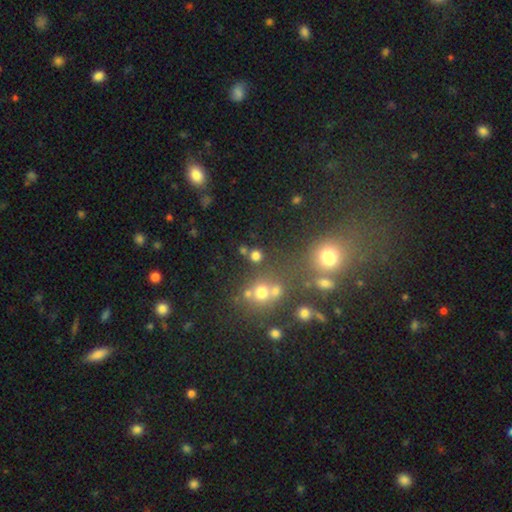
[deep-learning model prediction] Overall: smooth (70%). How rounded: round (86%). Merging: none (73%).